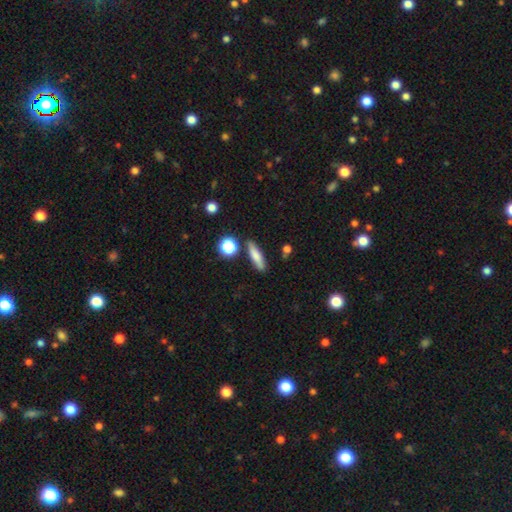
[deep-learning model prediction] Smooth or featured? Predicted: smooth (p=0.74). How rounded? Predicted: cigar-shaped (p=0.65). Merging? Predicted: none (p=0.81).